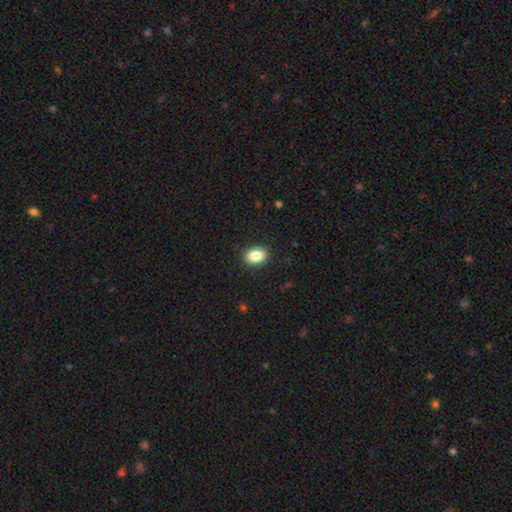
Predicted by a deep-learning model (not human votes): This appears to be a smooth galaxy with no disk features (87%) that is in between round and cigar-shaped (76%). Merging: none (90%).